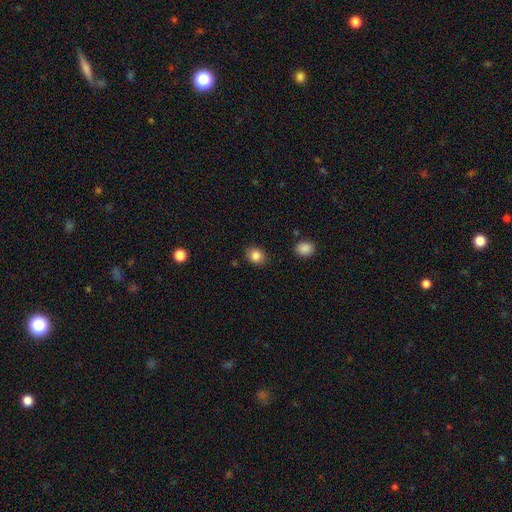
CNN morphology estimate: smooth_or_featured: smooth (p=0.85) [alt: star or artifact p=0.10]
how_rounded: round (p=0.60) [alt: in between p=0.39]
merging: none (p=0.86) [alt: minor disturbance p=0.09]